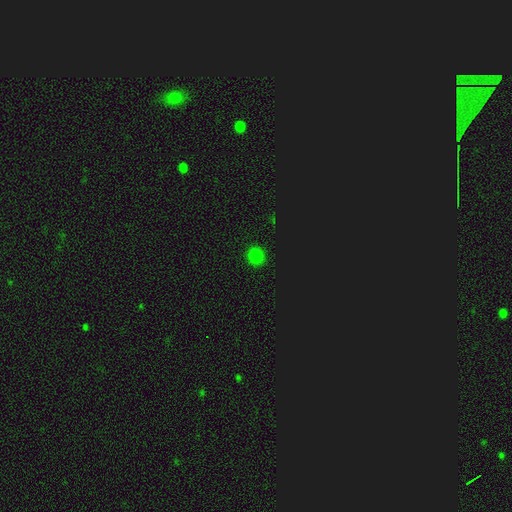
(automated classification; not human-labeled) The model was most divided on "smooth or featured": smooth: 78%, star or artifact: 18%, featured or disk: 3%. More confident: merging — none (91%); how rounded — round (87%).